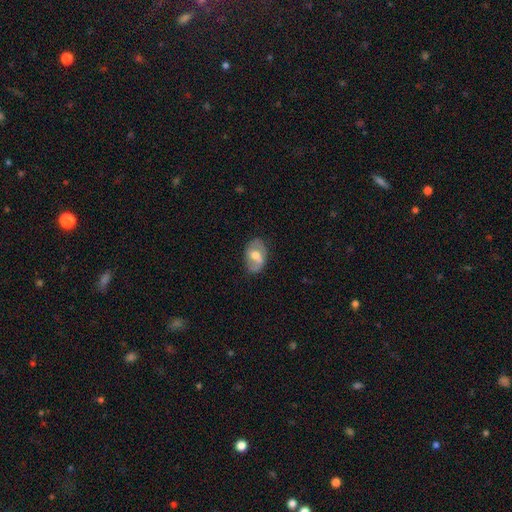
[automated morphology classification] Smooth or featured: featured or disk — 50% (smooth — 43%)
Edge-on disk: no — 92% (yes — 8%)
Merging: none — 67% (minor disturbance — 24%)